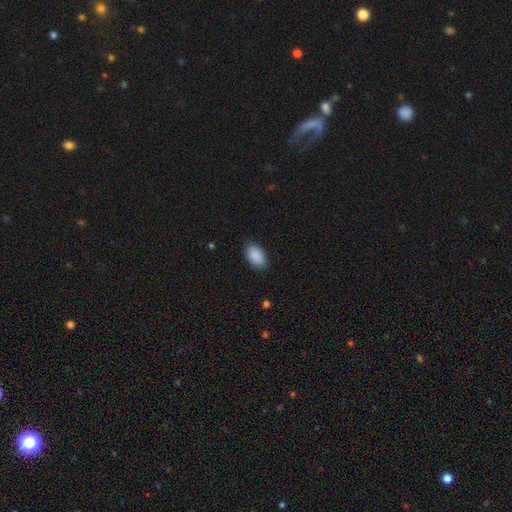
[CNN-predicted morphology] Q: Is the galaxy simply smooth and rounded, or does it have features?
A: smooth — 91%.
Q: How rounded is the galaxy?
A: in between — 94%.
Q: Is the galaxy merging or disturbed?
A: none — 86%.